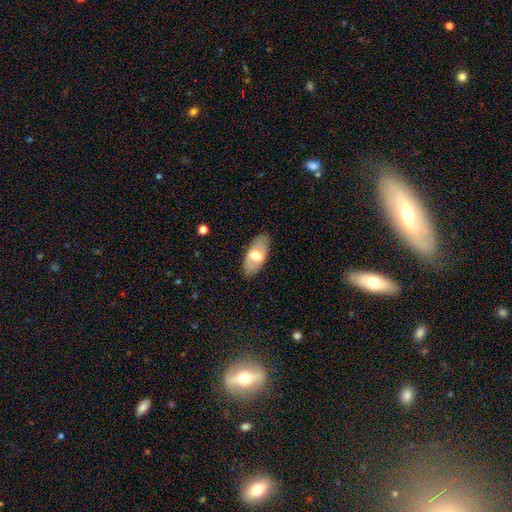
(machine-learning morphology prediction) Smooth or featured? Predicted: smooth (p=0.52). How rounded? Predicted: in between (p=0.92). Merging? Predicted: none (p=0.85).